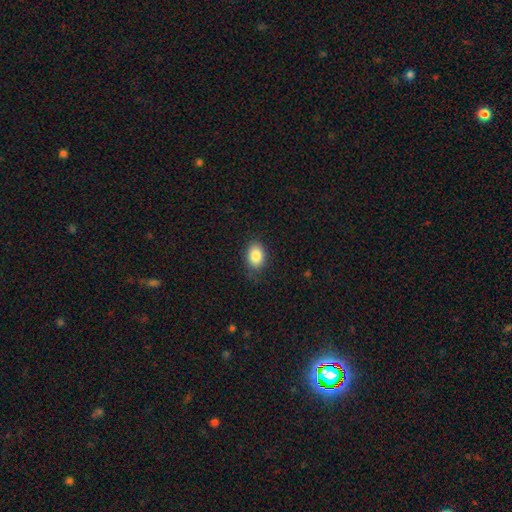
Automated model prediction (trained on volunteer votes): smooth-or-featured: smooth: 85% | star or artifact: 8% | featured or disk: 7%
  how-rounded: in between: 74% | round: 25% | cigar-shaped: 1%
  merging: none: 77% | minor disturbance: 17% | major disturbance: 4% | merger: 1%